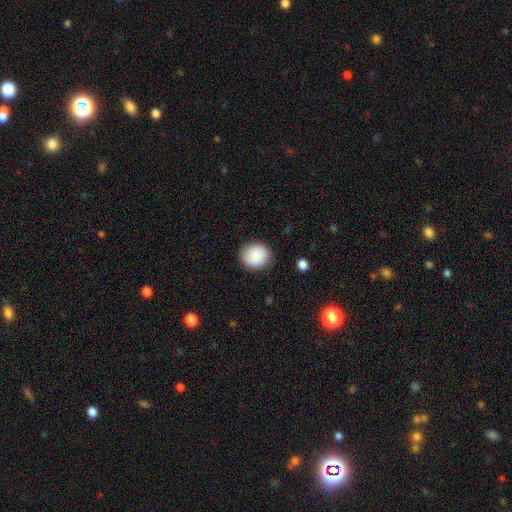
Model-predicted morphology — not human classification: The model was most divided on "how rounded": round: 80%, in between: 19%, cigar-shaped: 1%. More confident: smooth or featured — smooth (88%); merging — none (86%).